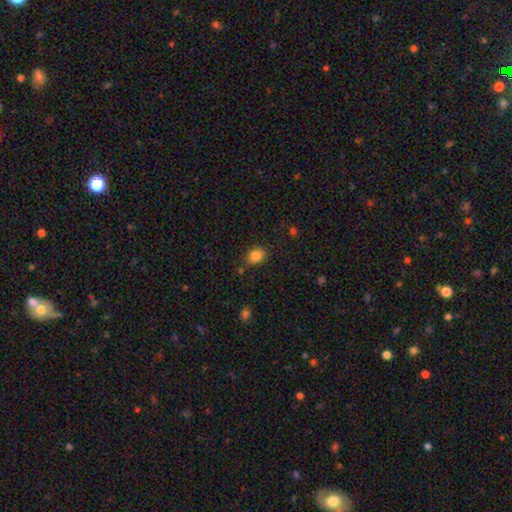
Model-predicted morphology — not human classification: Smooth or featured: smooth — 85% (star or artifact — 10%)
How rounded: in between — 51% (round — 48%)
Merging: none — 82% (minor disturbance — 12%)